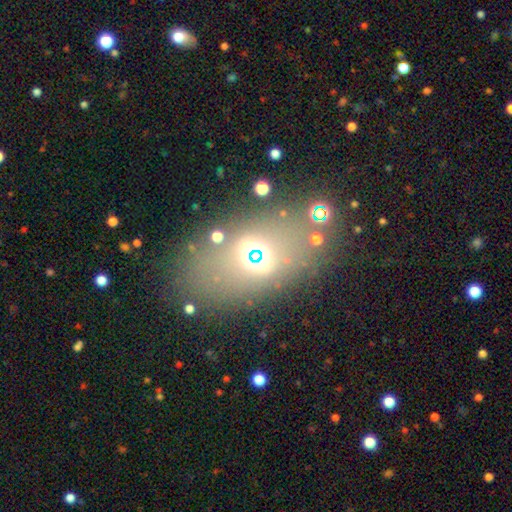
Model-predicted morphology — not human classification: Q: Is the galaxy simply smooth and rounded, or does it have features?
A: smooth — 43%.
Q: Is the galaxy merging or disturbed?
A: none — 74%.